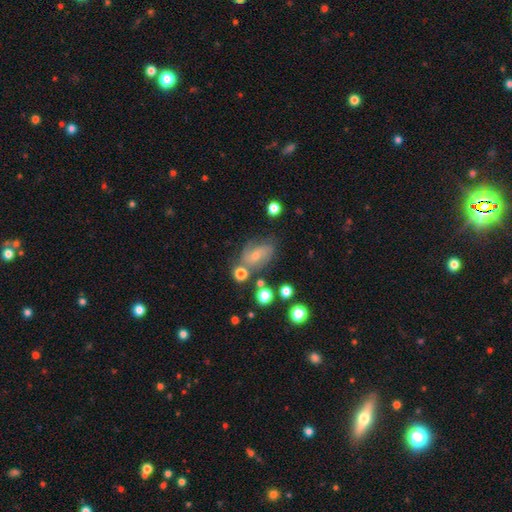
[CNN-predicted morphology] type=smooth (44%); merging=none (51%).